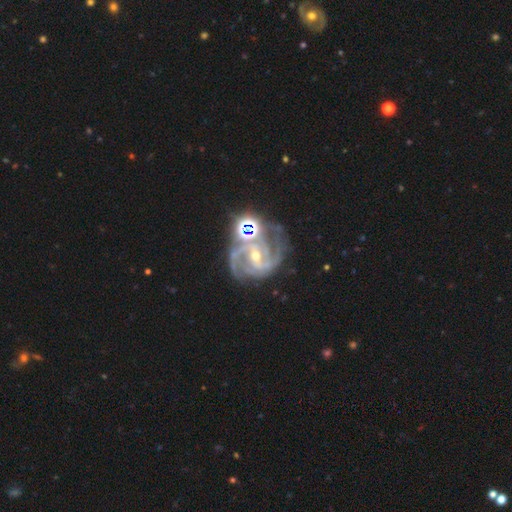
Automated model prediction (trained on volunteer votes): Smooth or featured?
  - featured or disk: 89% *
  - star or artifact: 8%
  - smooth: 3%
Edge-on disk?
  - no: 98% *
  - yes: 2%
Bar?
  - weak: 41% *
  - strong: 32%
  - no: 27%
Spiral arms?
  - yes: 98% *
  - no: 2%
Spiral winding?
  - medium: 50% *
  - tight: 41%
  - loose: 9%
Spiral arm count?
  - 2: 45% *
  - 3: 29%
  - can't tell: 10%
  - 4: 7%
  - more than 4: 4%
  - 1: 4%
Bulge size?
  - small: 57% *
  - moderate: 39%
  - large: 1%
  - none: 1%
  - dominant: 1%
Merging?
  - none: 58% *
  - minor disturbance: 19%
  - major disturbance: 12%
  - merger: 11%